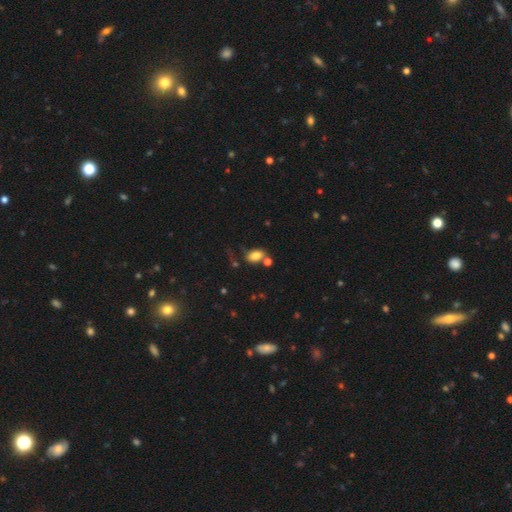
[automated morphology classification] Smooth or featured?
  - smooth: 81% *
  - star or artifact: 10%
  - featured or disk: 9%
How rounded?
  - in between: 87% *
  - round: 11%
  - cigar-shaped: 2%
Merging?
  - none: 56% *
  - merger: 19%
  - minor disturbance: 17%
  - major disturbance: 8%